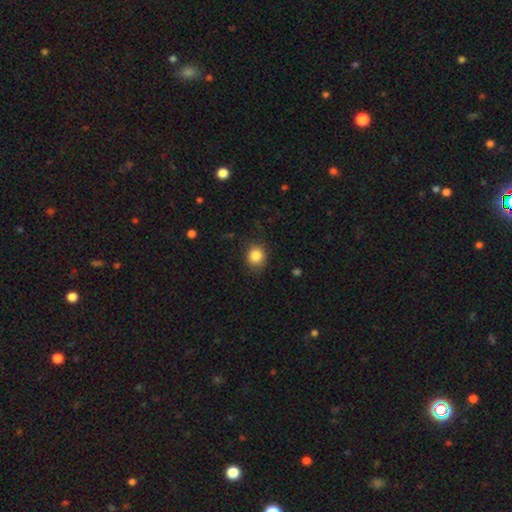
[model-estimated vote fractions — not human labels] Q: Smooth or featured?
A: smooth (85%); runner-up: star or artifact (10%)
Q: How rounded?
A: round (77%); runner-up: in between (22%)
Q: Merging?
A: none (81%); runner-up: minor disturbance (14%)